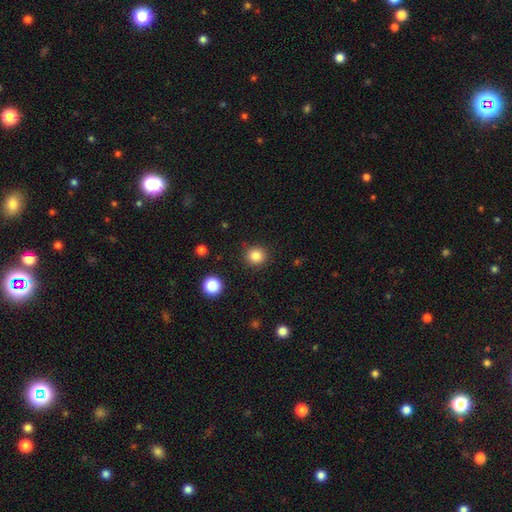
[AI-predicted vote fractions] Smooth or featured?
  - smooth: 85% *
  - star or artifact: 11%
  - featured or disk: 4%
How rounded?
  - round: 92% *
  - in between: 7%
  - cigar-shaped: 1%
Merging?
  - none: 88% *
  - minor disturbance: 7%
  - major disturbance: 3%
  - merger: 2%